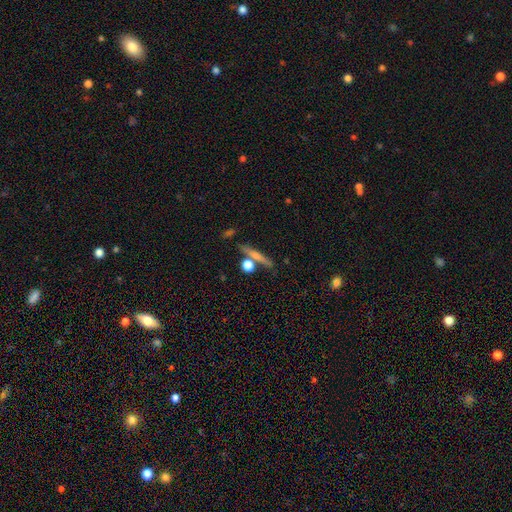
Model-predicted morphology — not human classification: Smooth or featured?
  - featured or disk: 51% *
  - smooth: 37%
  - star or artifact: 12%
Edge-on disk?
  - yes: 92% *
  - no: 8%
Merging?
  - none: 76% *
  - merger: 10%
  - minor disturbance: 10%
  - major disturbance: 4%